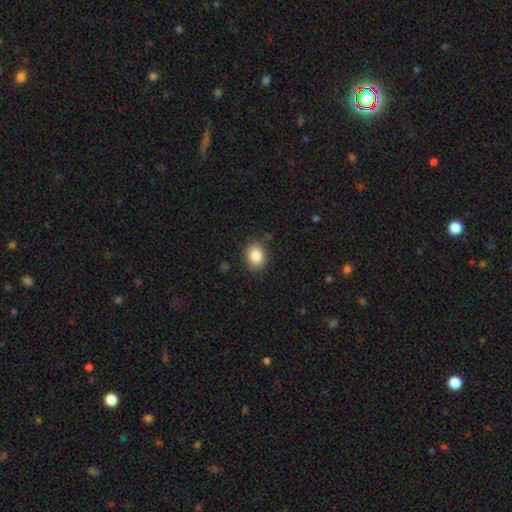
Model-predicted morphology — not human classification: This is clearly a smooth galaxy (85%). How rounded: possibly in between (53%). Merging: clearly none (86%).